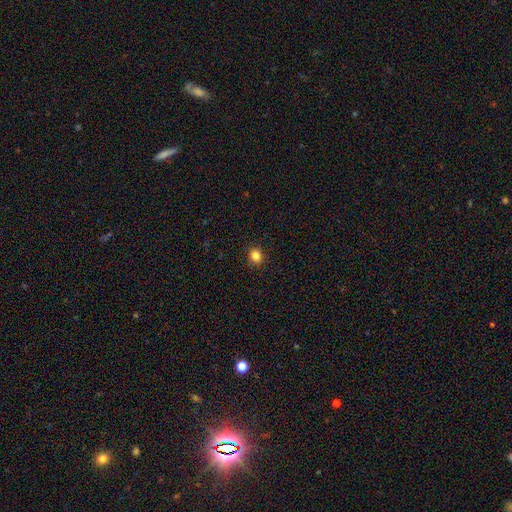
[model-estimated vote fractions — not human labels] Smooth or featured? smooth (85%)
How rounded? round (68%)
Merging? none (90%)